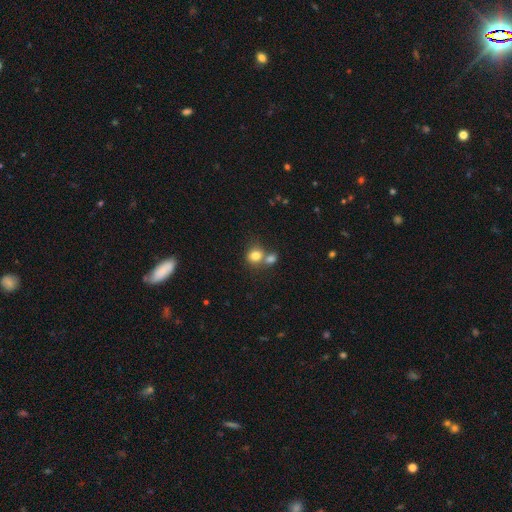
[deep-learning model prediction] smooth-or-featured: smooth: 80% | star or artifact: 11% | featured or disk: 9%
  how-rounded: round: 70% | in between: 29% | cigar-shaped: 1%
  merging: merger: 44% | none: 43% | minor disturbance: 9% | major disturbance: 4%